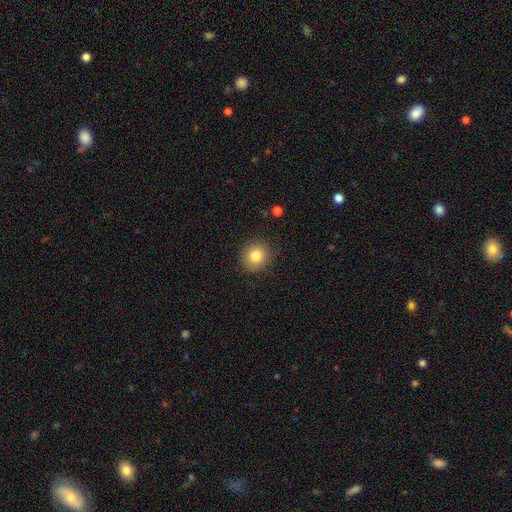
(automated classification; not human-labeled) A smooth galaxy with no disk features (82%) that is round (87%).

Vote fractions:
- Smooth or featured? smooth: 82% / star or artifact: 10% / featured or disk: 8%
- How rounded? round: 87% / in between: 12% / cigar-shaped: 1%
- Merging? none: 88% / minor disturbance: 8% / major disturbance: 3% / merger: 1%